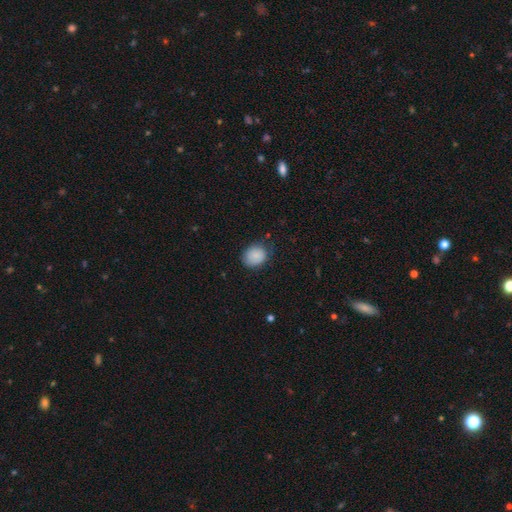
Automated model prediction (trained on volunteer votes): Q: Smooth or featured?
A: smooth (87%); runner-up: star or artifact (8%)
Q: How rounded?
A: round (59%); runner-up: in between (40%)
Q: Merging?
A: none (75%); runner-up: minor disturbance (19%)